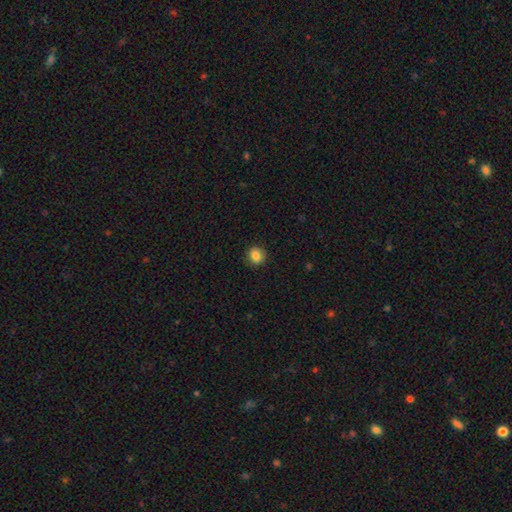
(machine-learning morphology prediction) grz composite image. It shows a smooth galaxy with no disk features (84%) that is round (81%). Merging: none (89%).